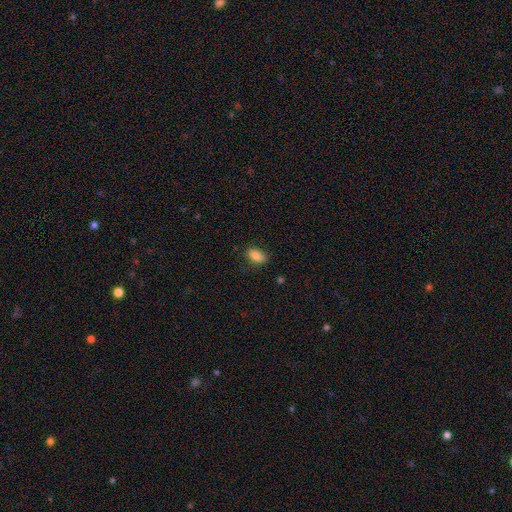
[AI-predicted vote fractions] Smooth or featured? smooth (86%)
How rounded? in between (90%)
Merging? none (80%)